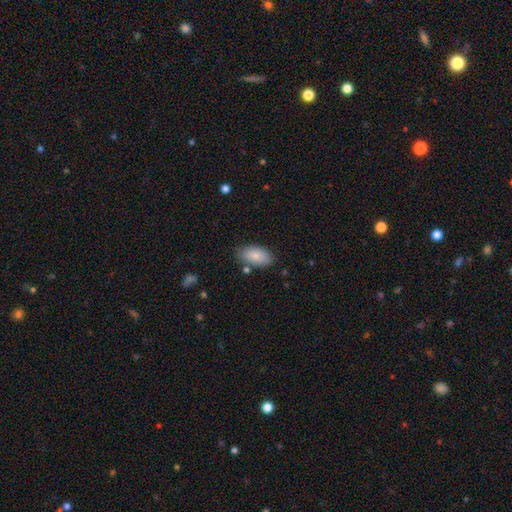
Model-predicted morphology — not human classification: smooth_or_featured: smooth (p=0.83) [alt: featured or disk p=0.10]
how_rounded: in between (p=0.93) [alt: cigar-shaped p=0.03]
merging: none (p=0.80) [alt: minor disturbance p=0.13]